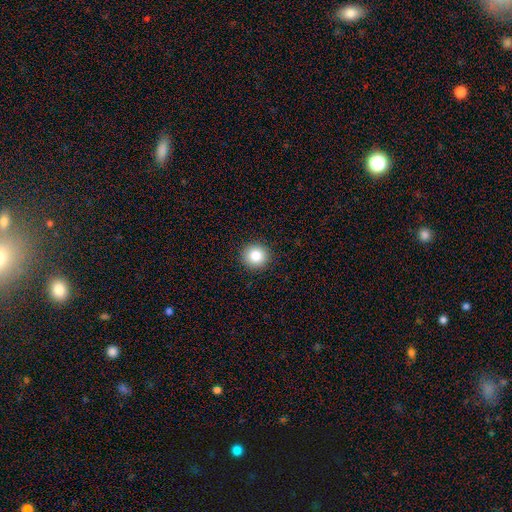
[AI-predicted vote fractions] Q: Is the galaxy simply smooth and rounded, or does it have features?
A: smooth — 85%.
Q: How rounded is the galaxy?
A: round — 93%.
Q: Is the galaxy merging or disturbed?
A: none — 92%.